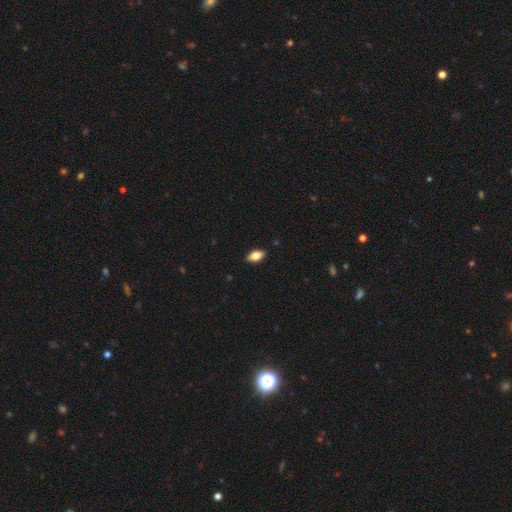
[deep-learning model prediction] smooth_or_featured: smooth (p=0.80) [alt: featured or disk p=0.13]
how_rounded: in between (p=0.90) [alt: cigar-shaped p=0.05]
merging: none (p=0.89) [alt: minor disturbance p=0.09]